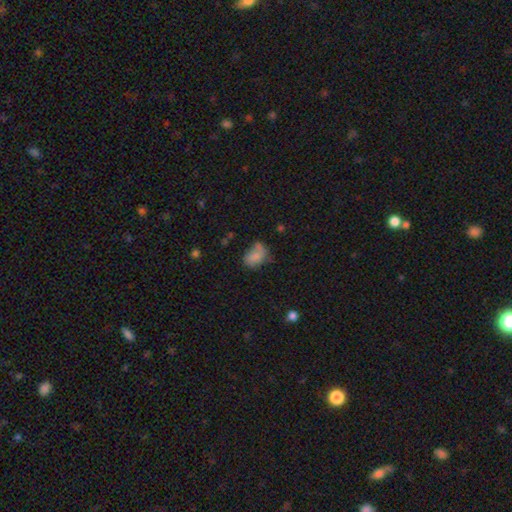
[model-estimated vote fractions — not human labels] smooth-or-featured: smooth: 72% | featured or disk: 17% | star or artifact: 11%
  how-rounded: in between: 78% | round: 21% | cigar-shaped: 1%
  merging: none: 42% | minor disturbance: 32% | major disturbance: 17% | merger: 8%